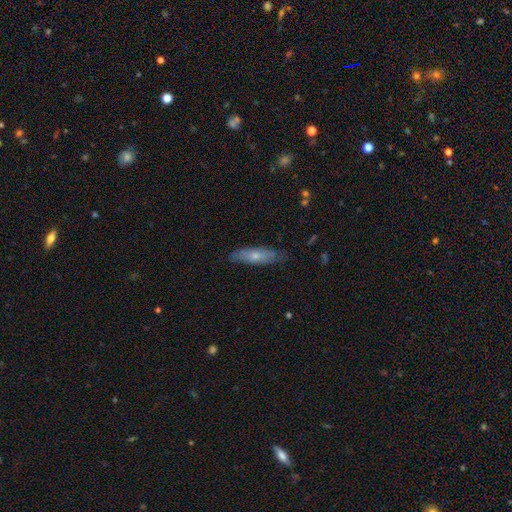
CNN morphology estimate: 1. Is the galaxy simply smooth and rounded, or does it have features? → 59% smooth, 35% featured or disk, 6% star or artifact.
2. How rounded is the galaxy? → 63% cigar-shaped, 35% in between, 2% round.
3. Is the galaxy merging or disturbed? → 79% none, 17% minor disturbance, 3% major disturbance, 1% merger.